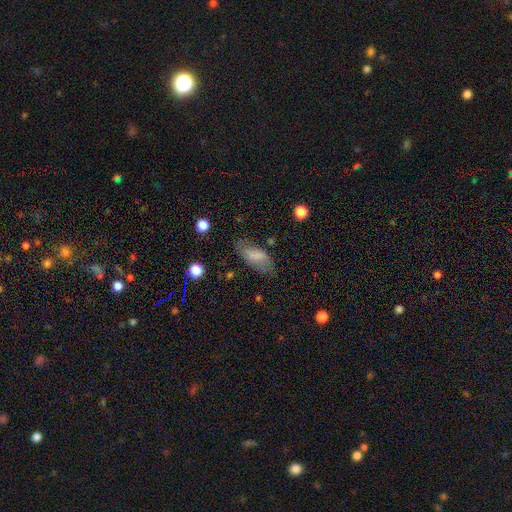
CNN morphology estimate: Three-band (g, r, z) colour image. It shows a smooth galaxy with no disk features (72%) that is in between round and cigar-shaped (85%). Merging: none (69%).